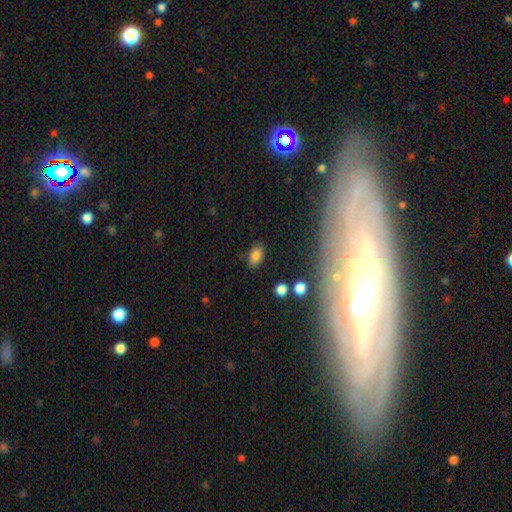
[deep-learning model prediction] Smooth or featured?
  - smooth: 81% *
  - star or artifact: 11%
  - featured or disk: 7%
How rounded?
  - in between: 87% *
  - round: 10%
  - cigar-shaped: 2%
Merging?
  - none: 81% *
  - minor disturbance: 13%
  - major disturbance: 3%
  - merger: 2%